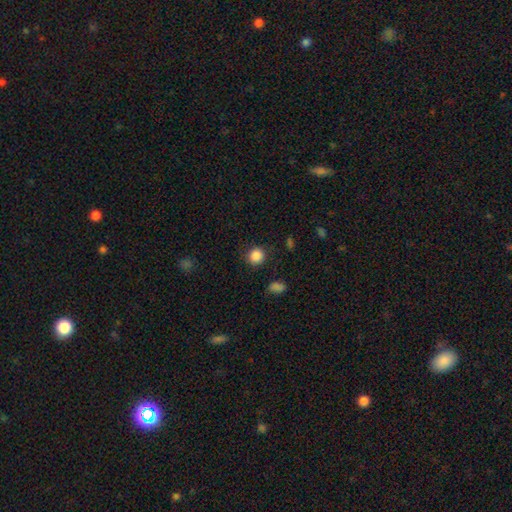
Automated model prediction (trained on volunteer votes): Smooth or featured: smooth — 87% (star or artifact — 10%)
How rounded: round — 88% (in between — 11%)
Merging: none — 88% (minor disturbance — 8%)